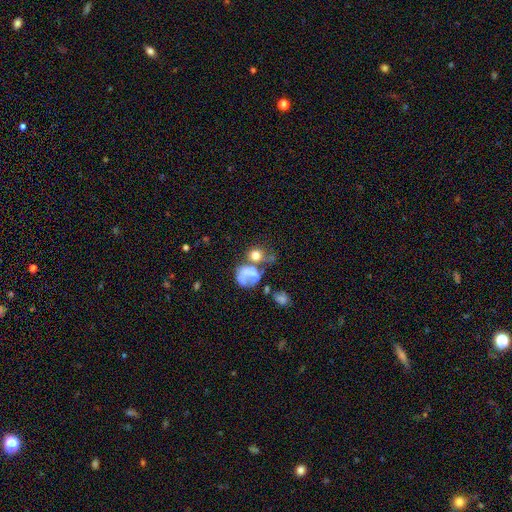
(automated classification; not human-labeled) Smooth or featured?
  - smooth: 61% *
  - featured or disk: 27%
  - star or artifact: 13%
How rounded?
  - round: 69% *
  - in between: 30%
  - cigar-shaped: 1%
Merging?
  - merger: 47% *
  - none: 27%
  - major disturbance: 15%
  - minor disturbance: 11%